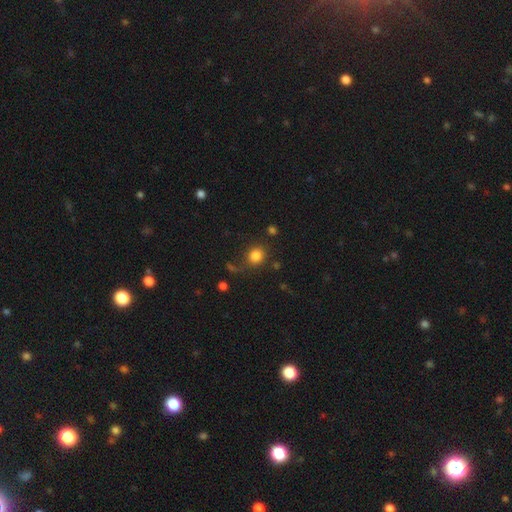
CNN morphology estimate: This is clearly a smooth galaxy (82%). How rounded: clearly round (84%). Merging: likely none (75%).